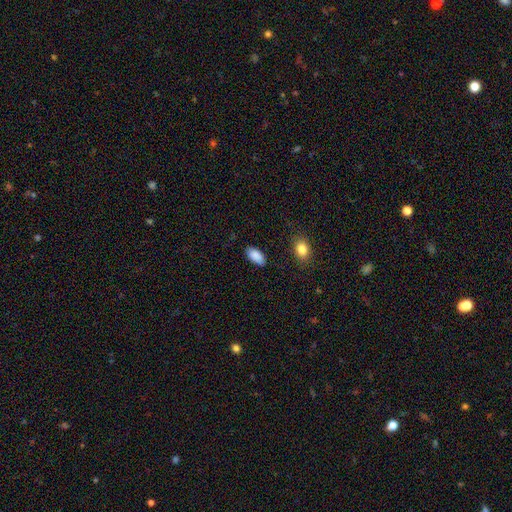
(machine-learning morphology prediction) Overall: smooth (89%). How rounded: in between (93%). Merging: none (83%).